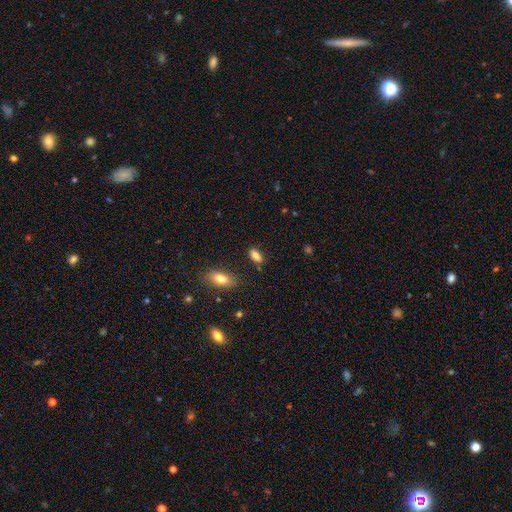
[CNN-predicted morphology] Smooth or featured? smooth (83%)
How rounded? in between (84%)
Merging? none (80%)